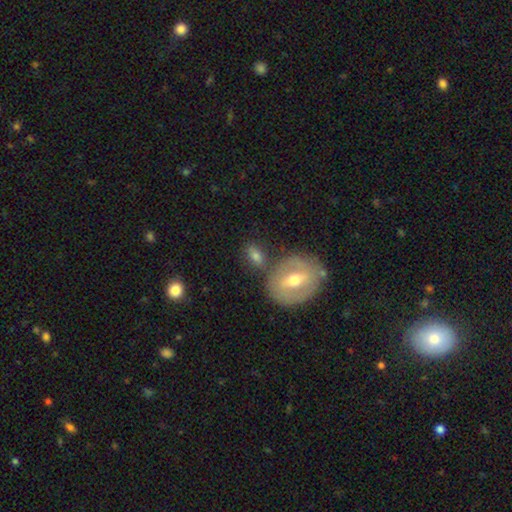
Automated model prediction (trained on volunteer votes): Overall: smooth (61%; featured or disk 30%). How rounded: in between (67%; round 27%). Merging: none (62%).